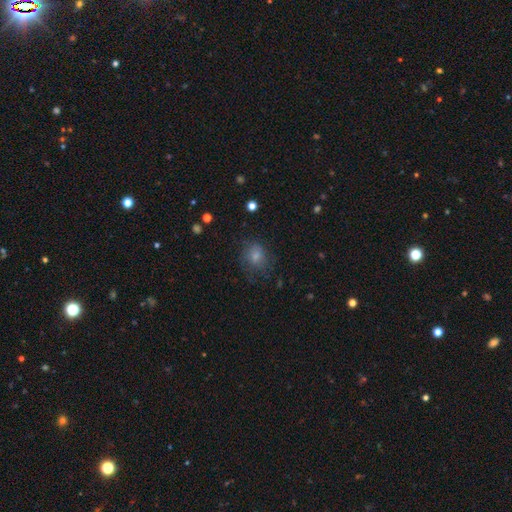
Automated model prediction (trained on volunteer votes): Q: Smooth or featured?
A: smooth (74%); runner-up: featured or disk (14%)
Q: How rounded?
A: round (59%); runner-up: in between (40%)
Q: Merging?
A: none (62%); runner-up: minor disturbance (22%)